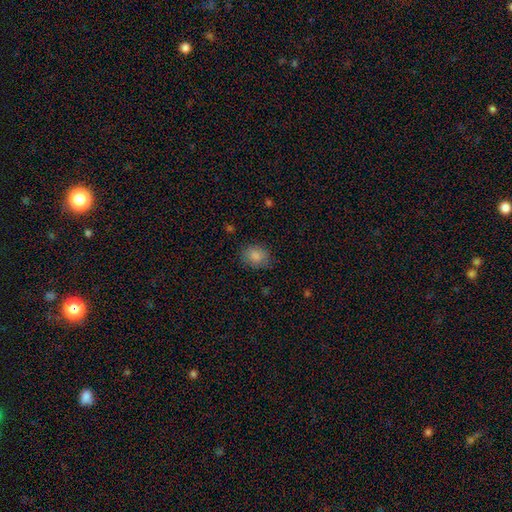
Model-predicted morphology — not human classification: The model was most divided on "how rounded": in between: 60%, round: 39%, cigar-shaped: 1%. More confident: smooth or featured — smooth (85%); merging — none (79%).